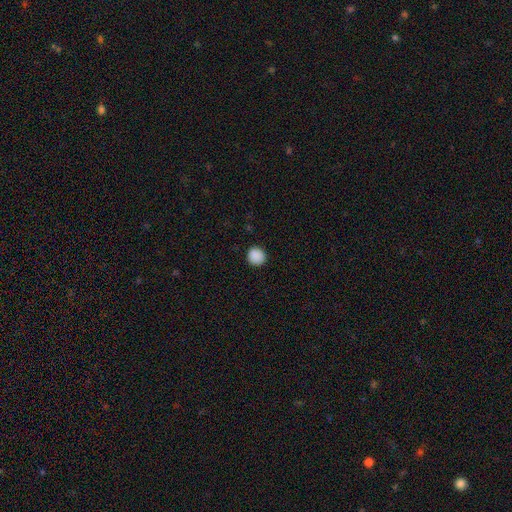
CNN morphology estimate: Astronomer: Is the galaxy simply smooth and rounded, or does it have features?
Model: smooth — 89%.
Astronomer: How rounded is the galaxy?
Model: round — 92%.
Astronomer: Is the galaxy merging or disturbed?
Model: none — 91%.